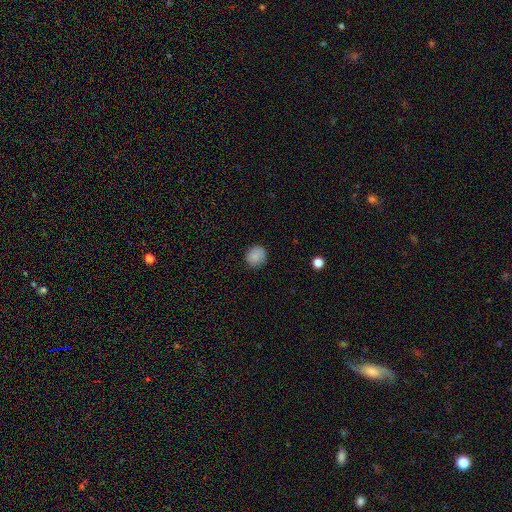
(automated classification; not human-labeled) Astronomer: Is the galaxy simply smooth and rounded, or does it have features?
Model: smooth — 86%.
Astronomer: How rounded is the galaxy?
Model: round — 84%.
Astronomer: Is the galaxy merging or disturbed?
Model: none — 86%.